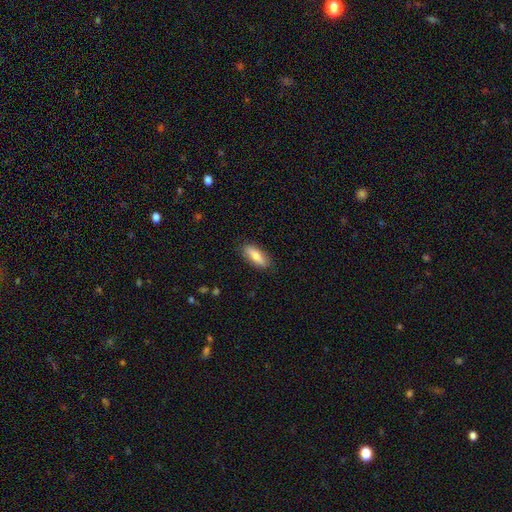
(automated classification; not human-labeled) Smooth or featured? smooth (75%)
How rounded? in between (65%)
Merging? none (86%)